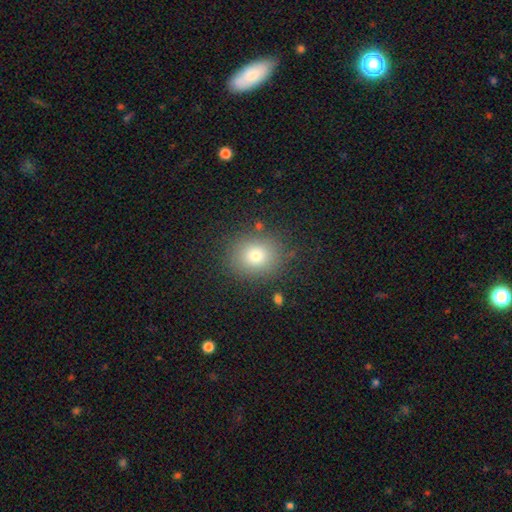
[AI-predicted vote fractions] Q: Smooth or featured?
A: smooth (76%); runner-up: star or artifact (14%)
Q: How rounded?
A: round (73%); runner-up: in between (26%)
Q: Merging?
A: none (85%); runner-up: minor disturbance (9%)